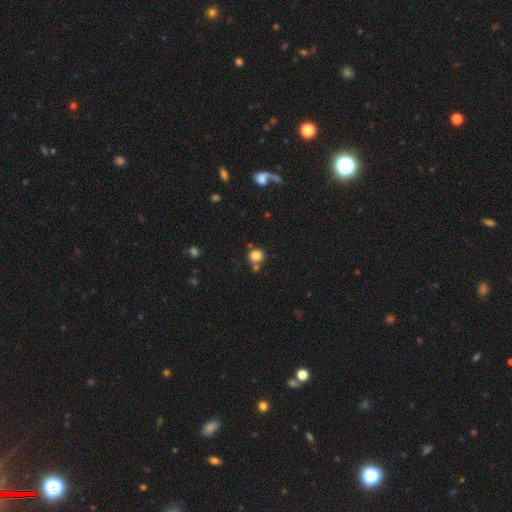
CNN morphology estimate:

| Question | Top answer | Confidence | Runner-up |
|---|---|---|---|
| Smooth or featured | smooth | 83% | star or artifact (12%) |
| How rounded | round | 90% | in between (9%) |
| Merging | none | 70% | merger (17%) |